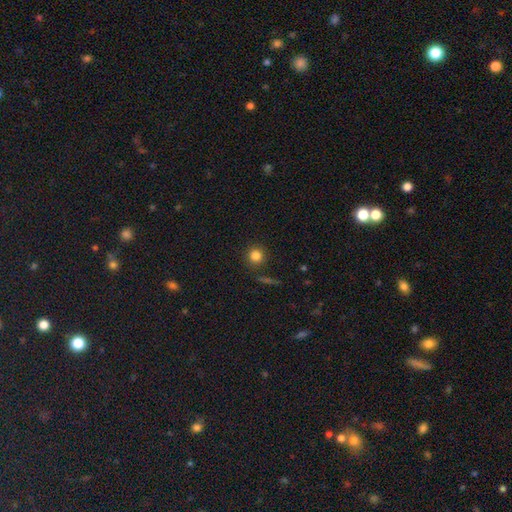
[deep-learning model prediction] Smooth or featured?
  - smooth: 82% *
  - star or artifact: 12%
  - featured or disk: 6%
How rounded?
  - round: 93% *
  - in between: 6%
  - cigar-shaped: 1%
Merging?
  - none: 88% *
  - minor disturbance: 7%
  - merger: 3%
  - major disturbance: 2%